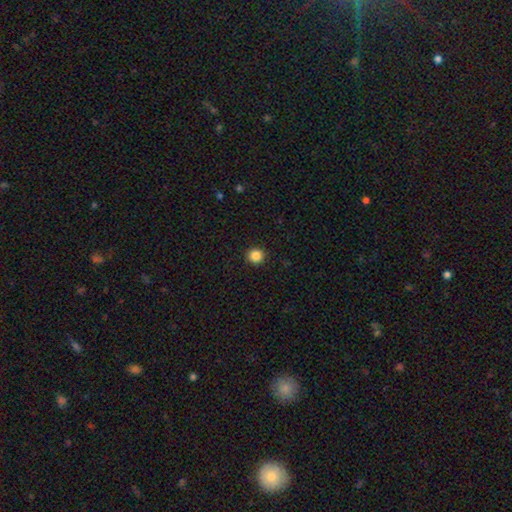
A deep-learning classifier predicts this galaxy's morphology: Overall: smooth (85%). How rounded: round (95%). Merging: none (93%).